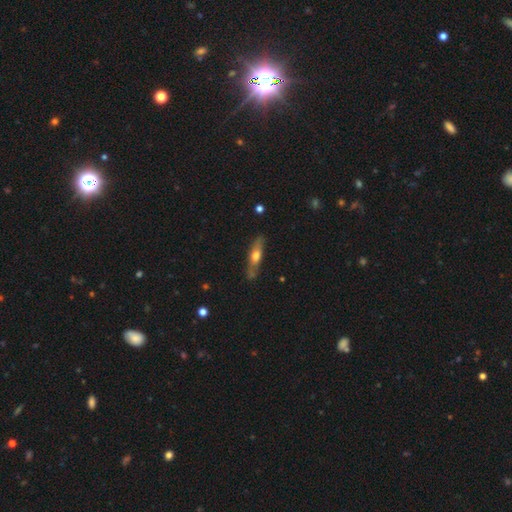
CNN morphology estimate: Overall: smooth (52%; featured or disk 41%). How rounded: cigar-shaped (67%; in between 30%). Merging: none (71%).